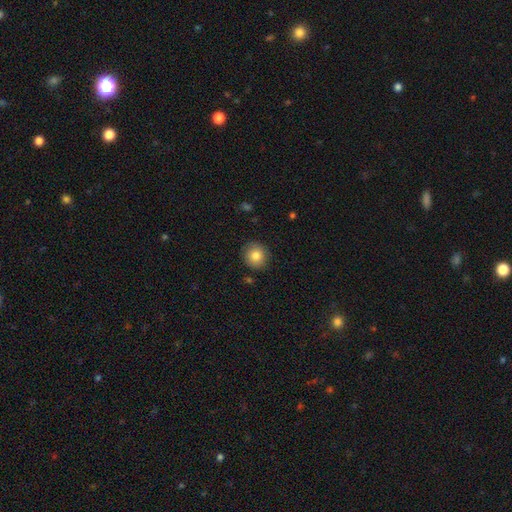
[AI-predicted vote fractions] Smooth or featured? Predicted: smooth (p=0.82). How rounded? Predicted: round (p=0.91). Merging? Predicted: none (p=0.88).